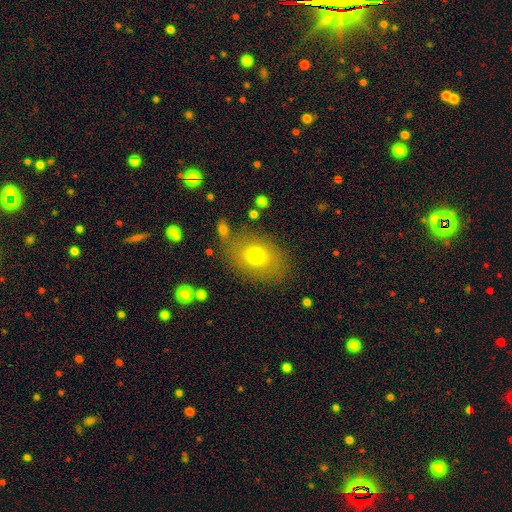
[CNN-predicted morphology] Overall: smooth (69%). How rounded: in between (71%). Merging: none (74%).